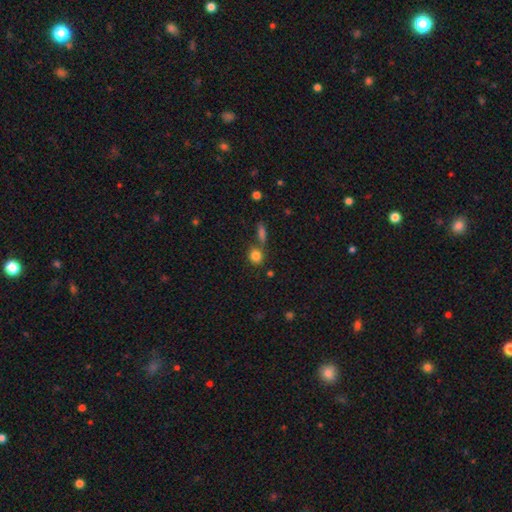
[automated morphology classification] Smooth or featured?
  - smooth: 83% *
  - star or artifact: 10%
  - featured or disk: 7%
How rounded?
  - round: 72% *
  - in between: 25%
  - cigar-shaped: 2%
Merging?
  - none: 63% *
  - merger: 22%
  - minor disturbance: 11%
  - major disturbance: 4%